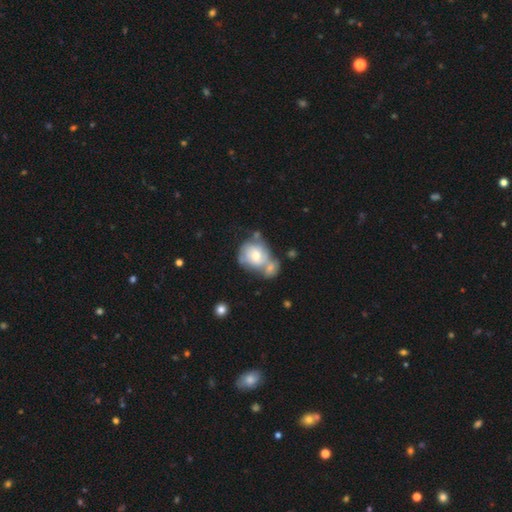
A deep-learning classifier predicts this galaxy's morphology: Smooth or featured?
  - featured or disk: 48% *
  - smooth: 45%
  - star or artifact: 7%
Merging?
  - merger: 47% *
  - none: 26%
  - minor disturbance: 16%
  - major disturbance: 11%